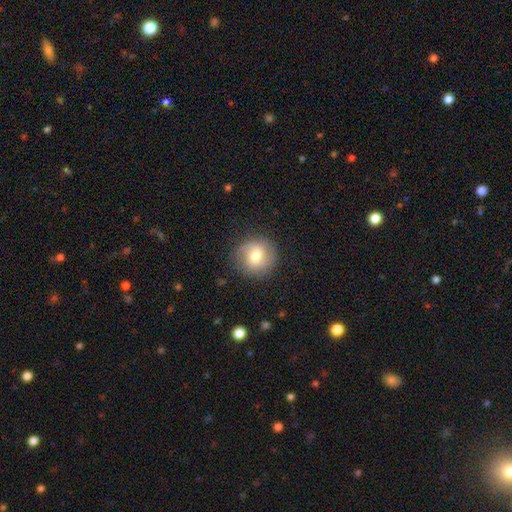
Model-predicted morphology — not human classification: smooth-or-featured: smooth: 60% | featured or disk: 32% | star or artifact: 9%
  how-rounded: round: 91% | in between: 8% | cigar-shaped: 1%
  merging: none: 83% | minor disturbance: 12% | major disturbance: 4% | merger: 1%